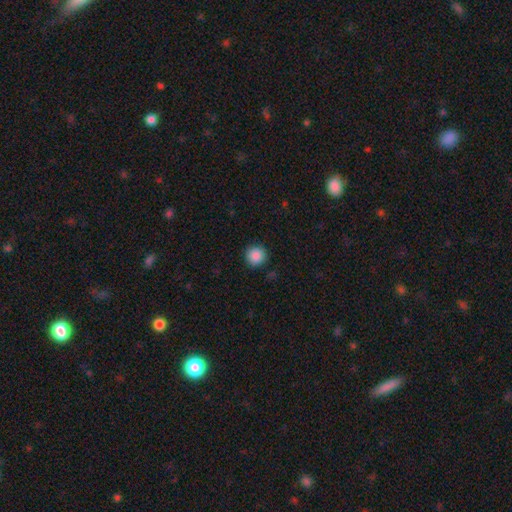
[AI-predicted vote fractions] The model was most divided on "smooth or featured": smooth: 88%, star or artifact: 9%, featured or disk: 3%. More confident: how rounded — round (95%); merging — none (91%).